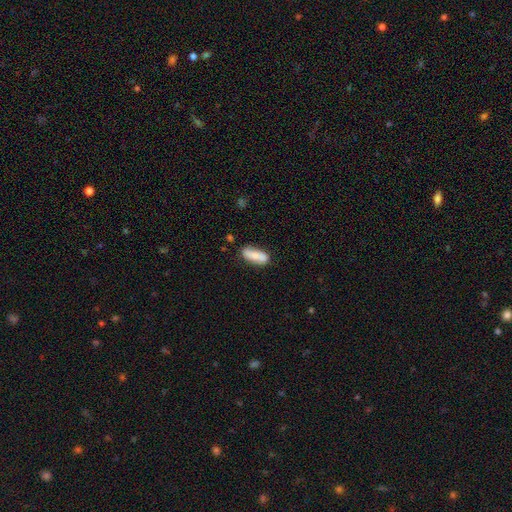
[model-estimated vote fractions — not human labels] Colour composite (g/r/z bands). It shows a smooth galaxy with no disk features (79%) that is in between round and cigar-shaped (63%). Merging: none (74%).